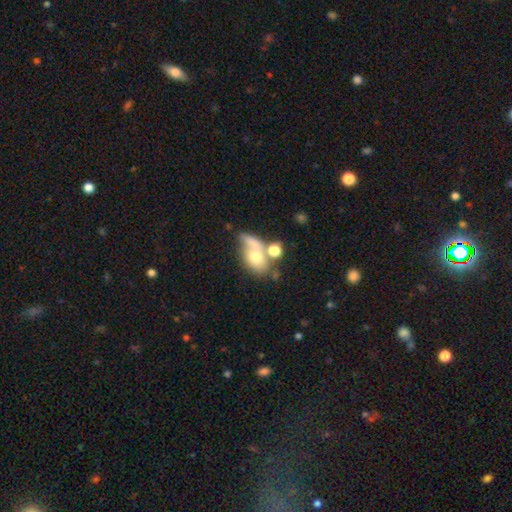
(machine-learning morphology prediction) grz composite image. It shows a smooth galaxy with no disk features (61%) that is in between round and cigar-shaped (70%). Merging: merger (40%).